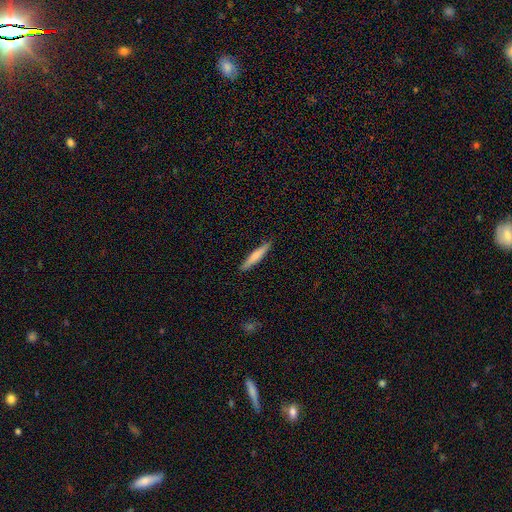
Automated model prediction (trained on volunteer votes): A smooth galaxy with no disk features (71%) that is cigar-shaped (93%). Merging: none (91%).